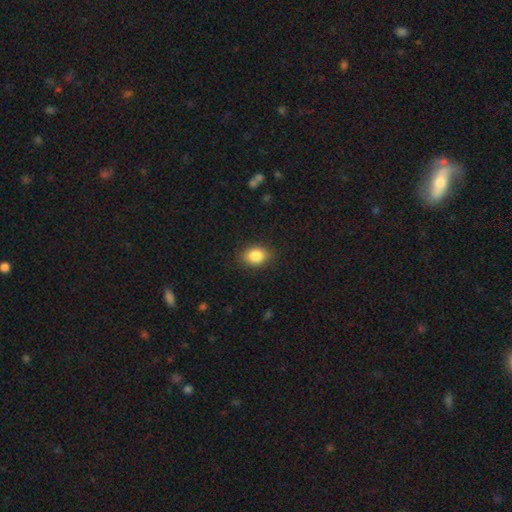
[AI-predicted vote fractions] Overall: smooth (86%). How rounded: in between (66%; round 32%). Merging: none (85%).